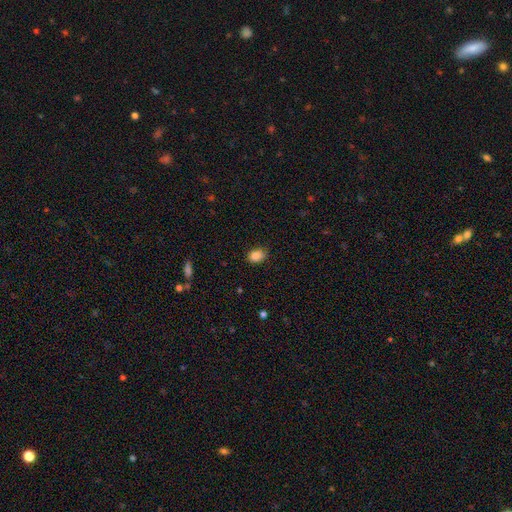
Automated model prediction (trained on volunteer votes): smooth-or-featured: smooth: 85% | star or artifact: 10% | featured or disk: 5%
  how-rounded: in between: 60% | round: 39% | cigar-shaped: 1%
  merging: none: 81% | minor disturbance: 15% | major disturbance: 3% | merger: 1%